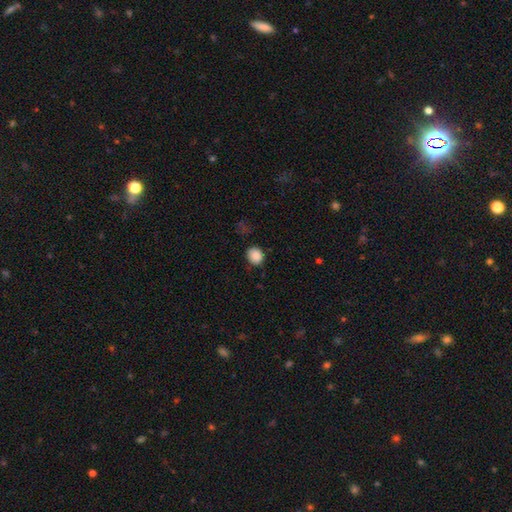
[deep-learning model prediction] smooth 87%, star or artifact 10%, featured or disk 3%. Down the decision tree: how rounded — round (67%); merging — none (80%).